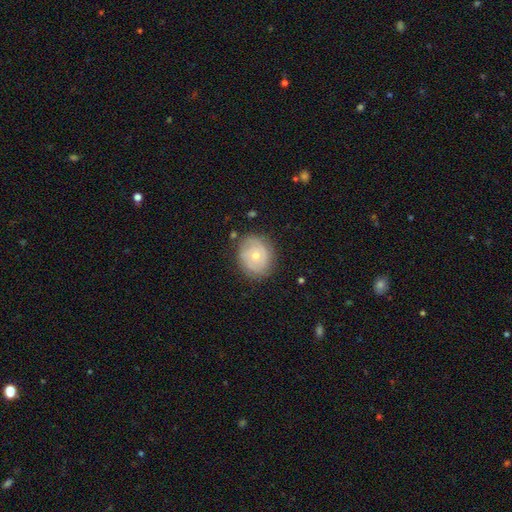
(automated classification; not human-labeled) featured or disk 60%, smooth 33%, star or artifact 7%. Down the decision tree: edge-on disk — no (97%); bar — no (81%); spiral arms — yes (71%); bulge size — moderate (50%); merging — none (77%).